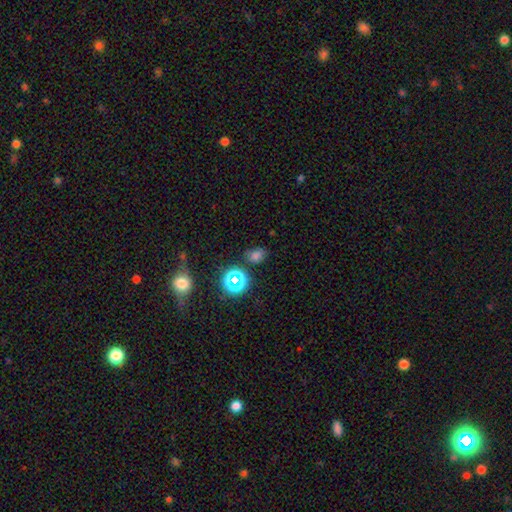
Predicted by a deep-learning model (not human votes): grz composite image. It shows a smooth galaxy with no disk features (66%) that is in between round and cigar-shaped (60%). Merging: none (74%).